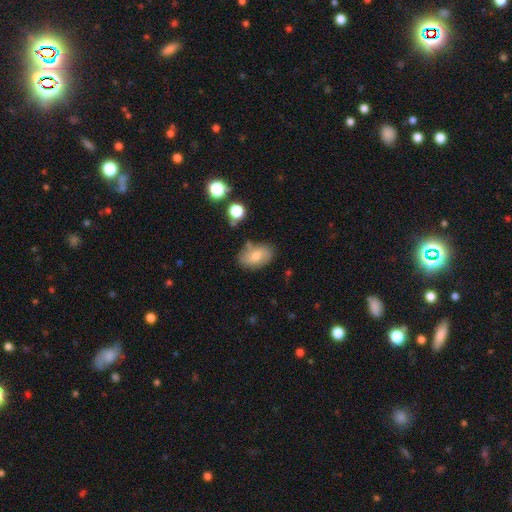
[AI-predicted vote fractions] Morphology: type=smooth (65%); roundness=in between (86%); merging=none (68%).